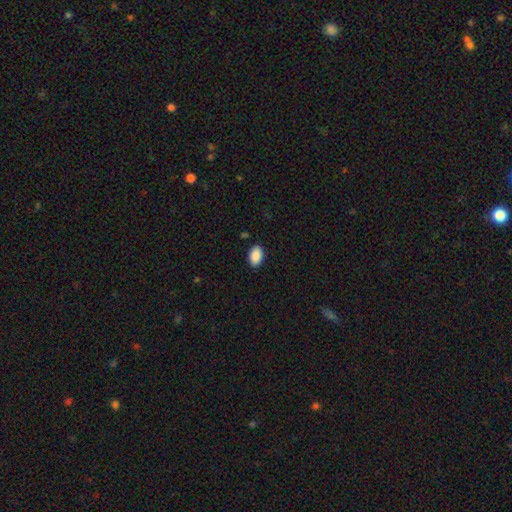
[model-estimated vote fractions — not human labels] The model was most divided on "merging": none: 88%, minor disturbance: 9%, major disturbance: 2%, merger: 1%. More confident: how rounded — in between (92%); smooth or featured — smooth (90%).